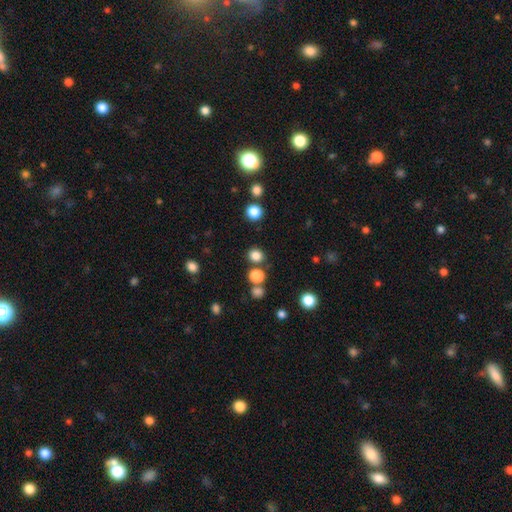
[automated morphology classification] This is clearly a smooth galaxy (81%). How rounded: clearly round (85%). Merging: clearly none (82%).